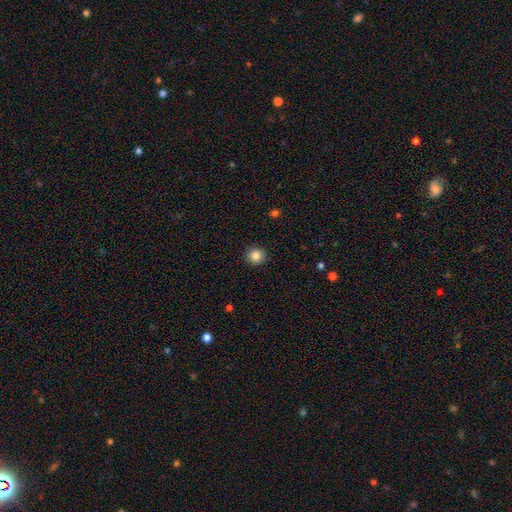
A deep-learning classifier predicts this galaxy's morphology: smooth_or_featured: smooth (p=0.84) [alt: star or artifact p=0.10]
how_rounded: round (p=0.93) [alt: in between p=0.06]
merging: none (p=0.92) [alt: minor disturbance p=0.05]